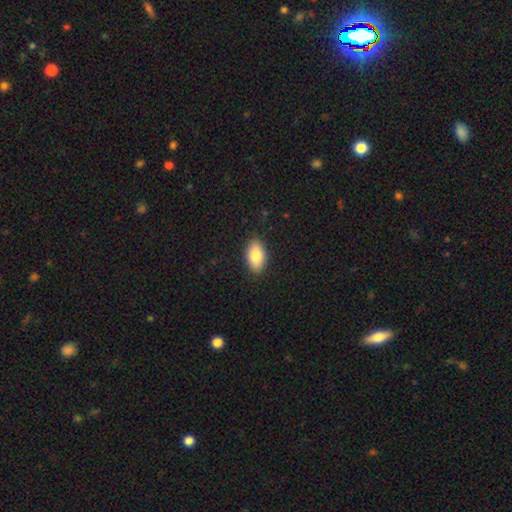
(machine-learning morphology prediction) smooth 83%, featured or disk 10%, star or artifact 7%. Down the decision tree: how rounded — in between (93%); merging — none (88%).